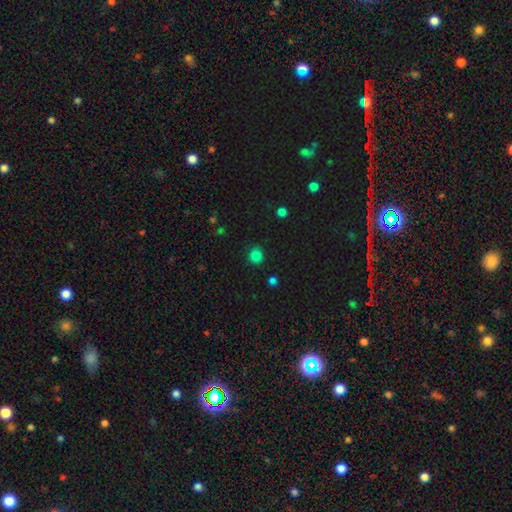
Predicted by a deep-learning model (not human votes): smooth-or-featured: smooth: 83% | star or artifact: 13% | featured or disk: 3%
  how-rounded: round: 88% | in between: 11% | cigar-shaped: 1%
  merging: none: 88% | minor disturbance: 8% | major disturbance: 2% | merger: 2%